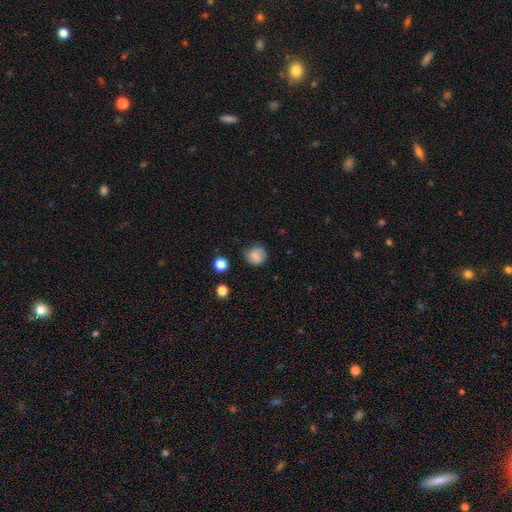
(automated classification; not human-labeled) A smooth galaxy with no disk features (75%) that is round (80%). Merging: none (70%).